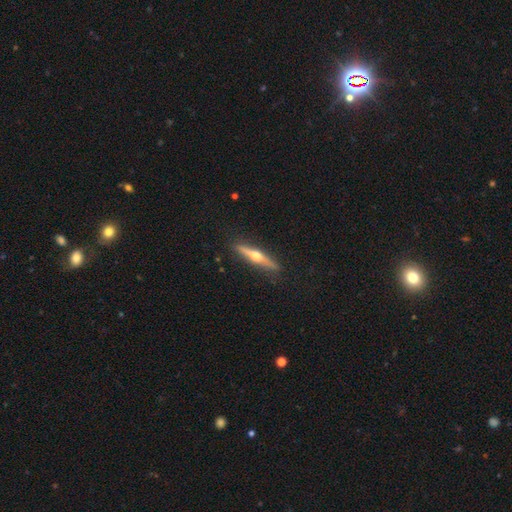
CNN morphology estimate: A featured or disk galaxy (68%) viewed edge-on (97%) with a rounded central bulge (94%).

Vote fractions:
- Smooth or featured? featured or disk: 68% / smooth: 27% / star or artifact: 5%
- Edge-on disk? yes: 97% / no: 3%
- Edge-on bulge? rounded: 94% / none: 4% / boxy: 3%
- Merging? none: 89% / minor disturbance: 8% / major disturbance: 2% / merger: 1%